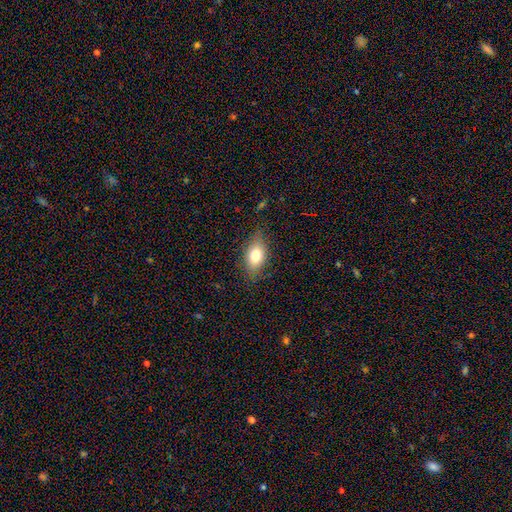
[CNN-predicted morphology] Q: Smooth or featured?
A: smooth (75%); runner-up: featured or disk (17%)
Q: How rounded?
A: in between (84%); runner-up: round (10%)
Q: Merging?
A: none (79%); runner-up: minor disturbance (17%)